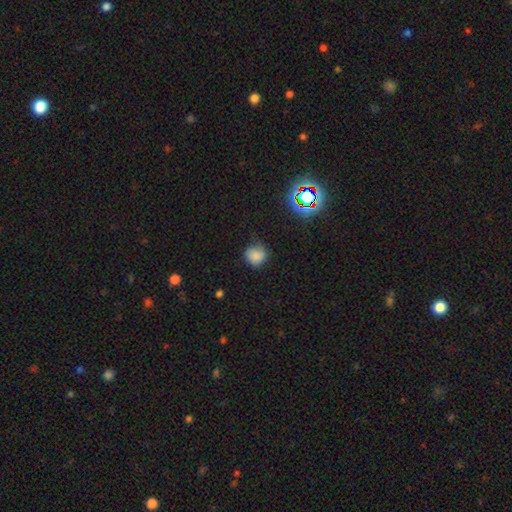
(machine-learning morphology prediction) Smooth or featured?
  - smooth: 78% *
  - star or artifact: 14%
  - featured or disk: 8%
How rounded?
  - round: 85% *
  - in between: 14%
  - cigar-shaped: 1%
Merging?
  - none: 66% *
  - minor disturbance: 26%
  - major disturbance: 7%
  - merger: 2%